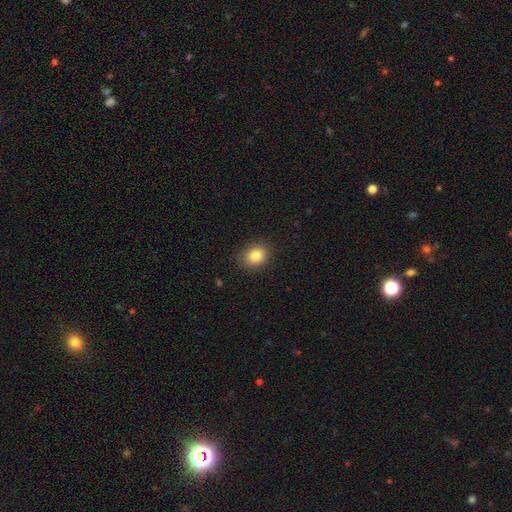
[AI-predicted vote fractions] smooth_or_featured: smooth (p=0.83) [alt: star or artifact p=0.10]
how_rounded: round (p=0.56) [alt: in between p=0.43]
merging: none (p=0.86) [alt: minor disturbance p=0.10]